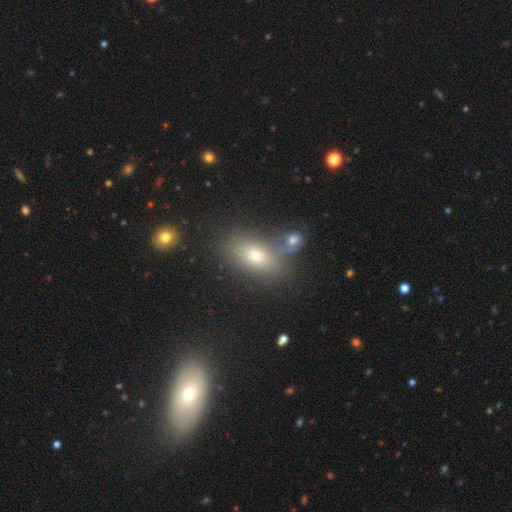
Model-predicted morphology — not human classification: The model was most divided on "merging": none: 61%, merger: 20%, minor disturbance: 13%, major disturbance: 6%. More confident: how rounded — in between (85%); smooth or featured — smooth (71%).